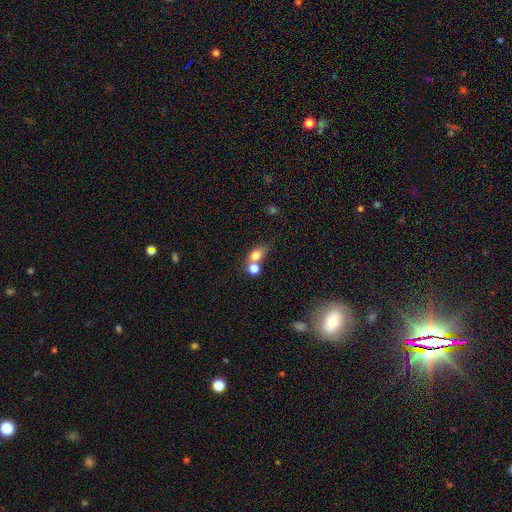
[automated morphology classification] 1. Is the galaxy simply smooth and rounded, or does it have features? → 75% smooth, 14% featured or disk, 11% star or artifact.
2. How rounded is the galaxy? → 54% in between, 42% round, 4% cigar-shaped.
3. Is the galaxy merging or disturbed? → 50% merger, 34% none, 10% minor disturbance, 6% major disturbance.